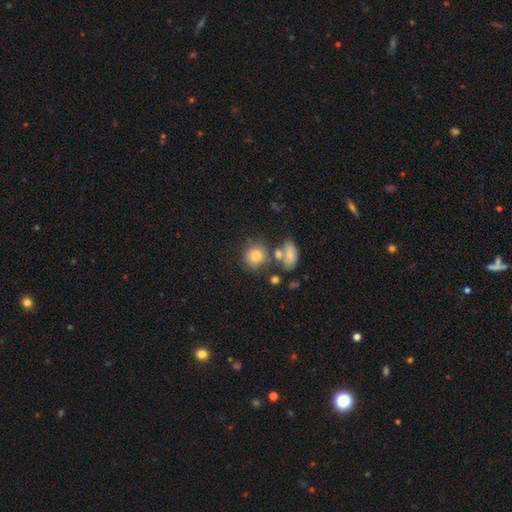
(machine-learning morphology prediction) This appears to be a smooth galaxy with no disk features (76%) that is round (71%). Merging: none (54%).